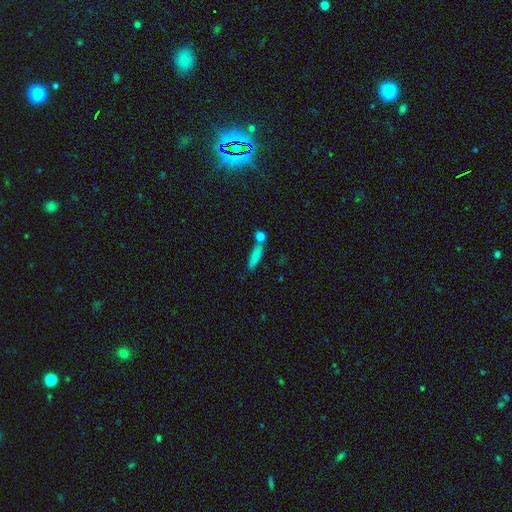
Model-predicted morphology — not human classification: This appears to be a smooth galaxy with no disk features (79%) that is cigar-shaped (72%). Merging: none (62%).